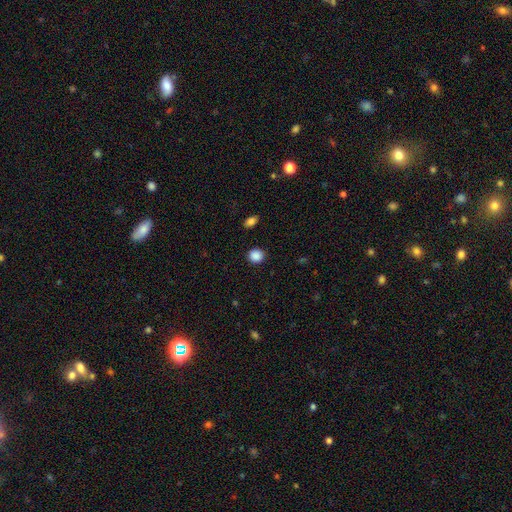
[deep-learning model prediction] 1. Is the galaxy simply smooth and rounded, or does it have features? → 88% smooth, 9% star or artifact, 3% featured or disk.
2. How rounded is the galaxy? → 85% round, 14% in between, 1% cigar-shaped.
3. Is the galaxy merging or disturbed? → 90% none, 6% minor disturbance, 2% major disturbance, 1% merger.